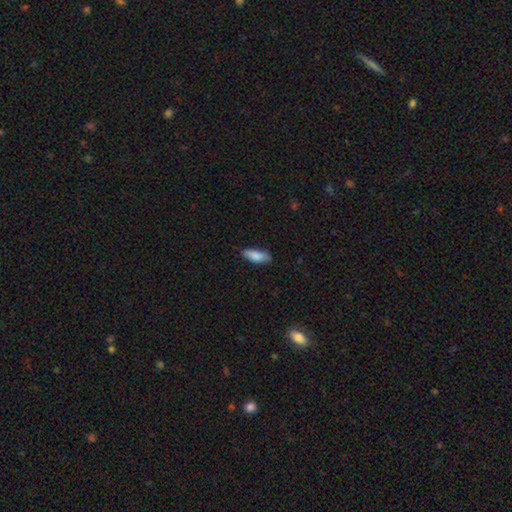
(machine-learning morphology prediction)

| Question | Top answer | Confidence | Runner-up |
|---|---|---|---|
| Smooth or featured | smooth | 85% | featured or disk (9%) |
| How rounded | in between | 70% | cigar-shaped (28%) |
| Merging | none | 85% | minor disturbance (12%) |